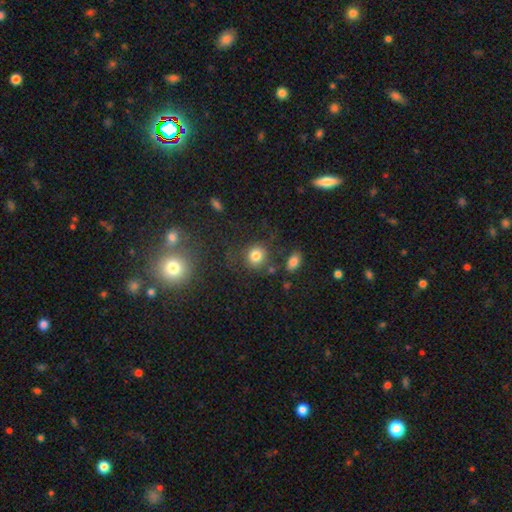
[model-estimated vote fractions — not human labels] smooth_or_featured: smooth (p=0.80) [alt: star or artifact p=0.12]
how_rounded: round (p=0.81) [alt: in between p=0.18]
merging: none (p=0.70) [alt: minor disturbance p=0.15]